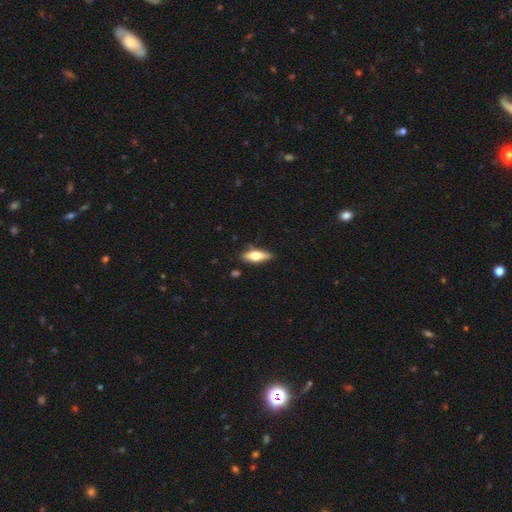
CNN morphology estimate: A smooth galaxy with no disk features (51%) that is in between round and cigar-shaped (52%). Merging: none (80%).